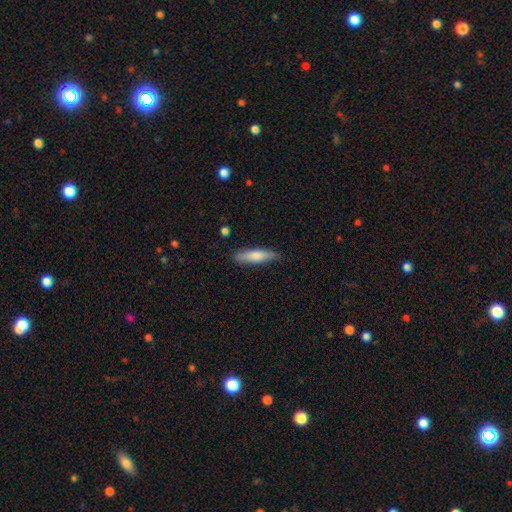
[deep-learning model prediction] Smooth or featured?
  - smooth: 78% *
  - featured or disk: 17%
  - star or artifact: 6%
How rounded?
  - cigar-shaped: 71% *
  - in between: 28%
  - round: 2%
Merging?
  - none: 83% *
  - minor disturbance: 13%
  - major disturbance: 2%
  - merger: 2%